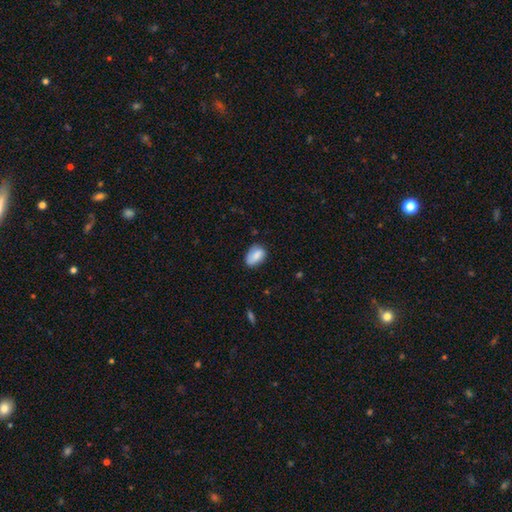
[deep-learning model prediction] smooth 80%, featured or disk 12%, star or artifact 7%. Down the decision tree: how rounded — in between (85%); merging — none (67%).